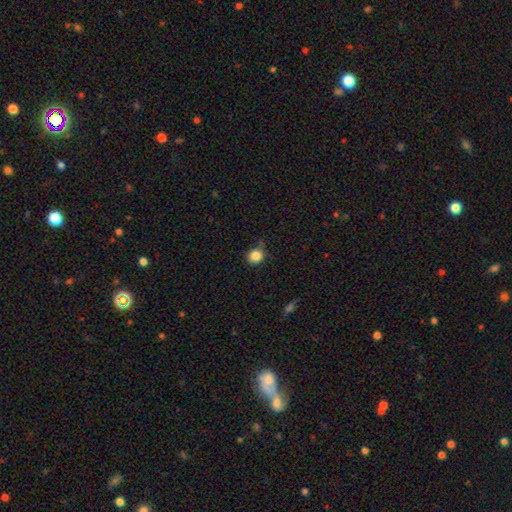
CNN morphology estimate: smooth-or-featured: smooth: 86% | star or artifact: 10% | featured or disk: 4%
  how-rounded: round: 82% | in between: 17% | cigar-shaped: 1%
  merging: none: 80% | minor disturbance: 13% | merger: 4% | major disturbance: 3%